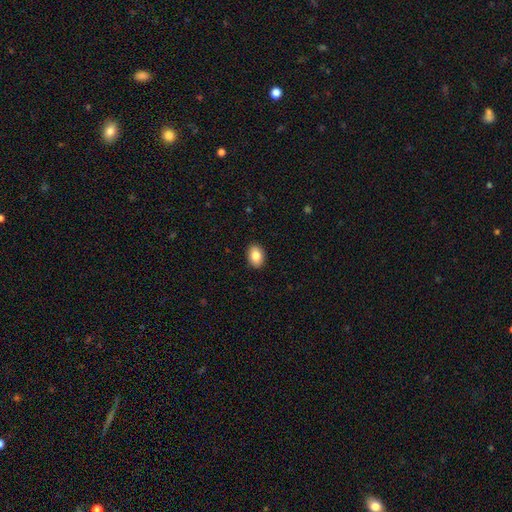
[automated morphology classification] Smooth or featured? smooth (85%)
How rounded? in between (79%)
Merging? none (91%)